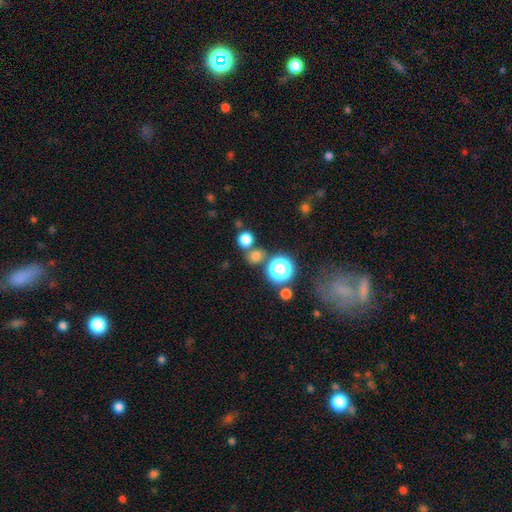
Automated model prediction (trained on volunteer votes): Smooth or featured? smooth (72%)
How rounded? round (82%)
Merging? none (71%)